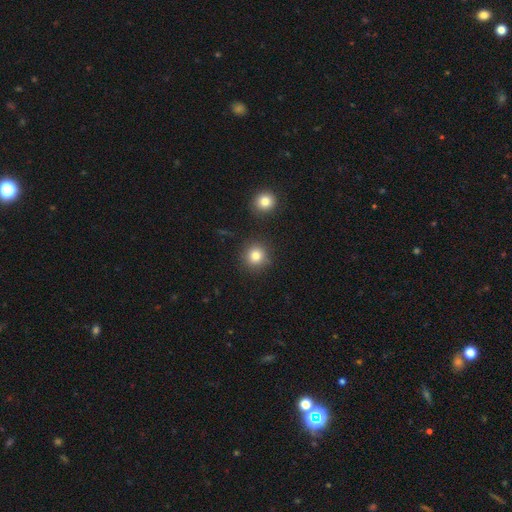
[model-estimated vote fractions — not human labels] smooth-or-featured: smooth: 82% | star or artifact: 11% | featured or disk: 6%
  how-rounded: round: 93% | in between: 6% | cigar-shaped: 1%
  merging: none: 86% | minor disturbance: 7% | merger: 4% | major disturbance: 3%